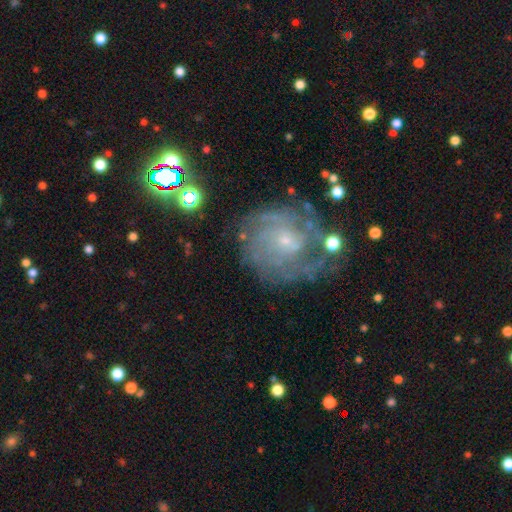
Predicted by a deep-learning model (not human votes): This appears to be a featured or disk galaxy (75%) with no bar (70%), tight (67%) spiral arms (94%) and a small central bulge (71%). Merging: none (71%).